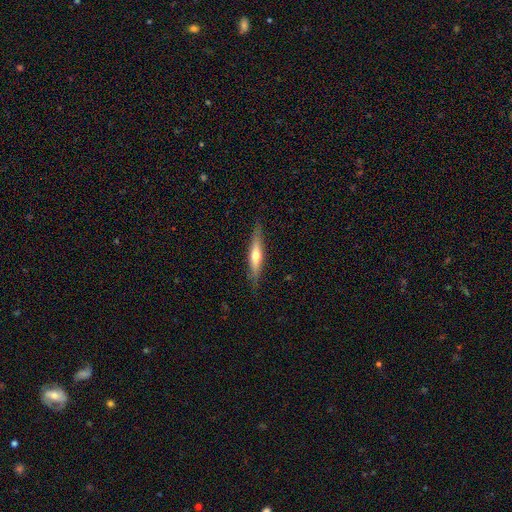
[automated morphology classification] featured or disk 49%, smooth 45%, star or artifact 6%. Down the decision tree: merging — none (84%).